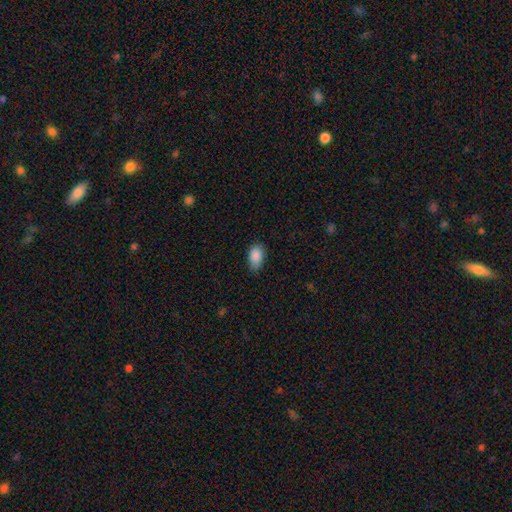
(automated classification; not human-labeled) This appears to be a smooth galaxy with no disk features (89%) that is in between round and cigar-shaped (92%). Merging: none (77%).